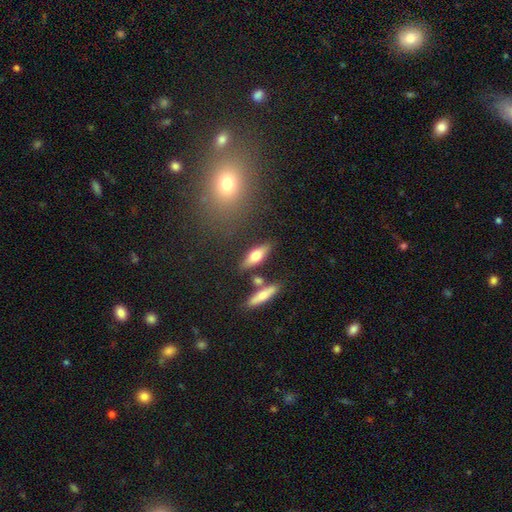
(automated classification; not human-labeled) A smooth galaxy with no disk features (61%) that is in between round and cigar-shaped (59%). Merging: none (76%).